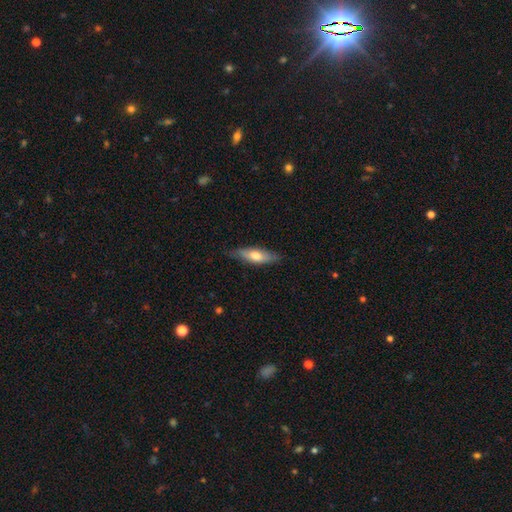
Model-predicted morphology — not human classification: This is possibly a smooth galaxy (59%). How rounded: possibly in between (49%, tied with cigar-shaped). Merging: likely none (79%).